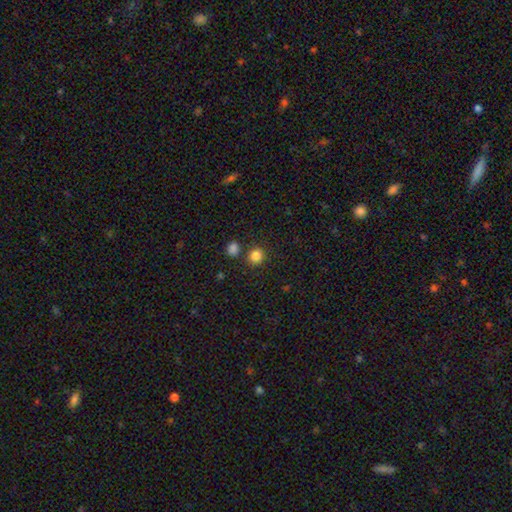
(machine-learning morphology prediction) smooth-or-featured: smooth: 84% | star or artifact: 12% | featured or disk: 4%
  how-rounded: round: 89% | in between: 10% | cigar-shaped: 1%
  merging: none: 82% | merger: 8% | minor disturbance: 7% | major disturbance: 3%